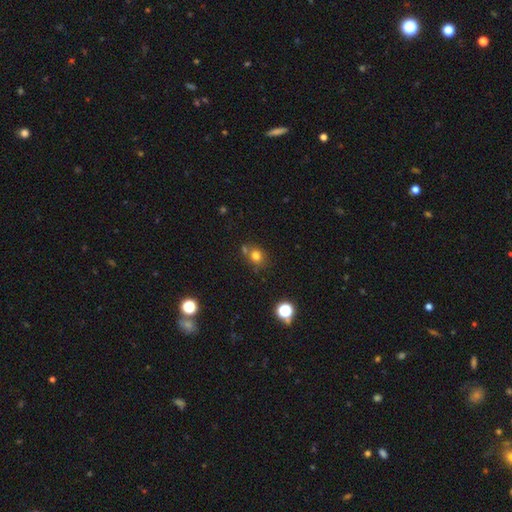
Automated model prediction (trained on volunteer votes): Overall: smooth (76%). How rounded: round (73%). Merging: none (63%).